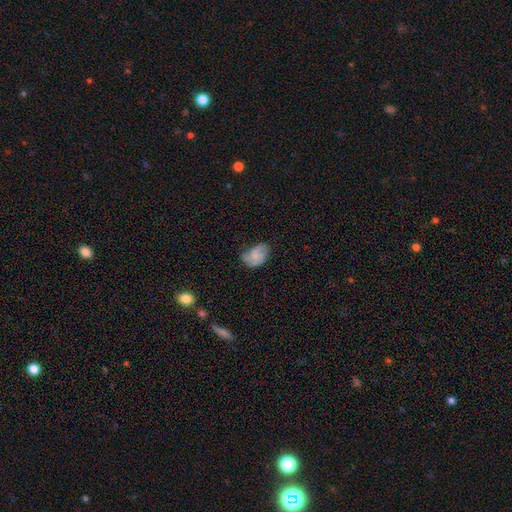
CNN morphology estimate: A smooth galaxy with no disk features (59%) that is in between round and cigar-shaped (82%). Merging: none (43%).